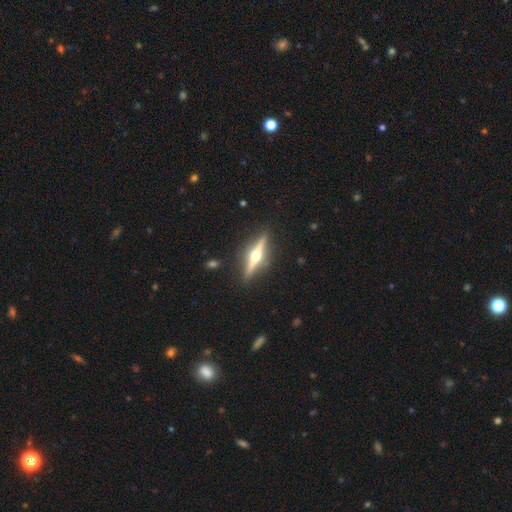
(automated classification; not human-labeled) Q: Smooth or featured?
A: featured or disk (81%); runner-up: smooth (14%)
Q: Edge-on disk?
A: yes (97%); runner-up: no (3%)
Q: Edge-on bulge?
A: rounded (97%); runner-up: boxy (2%)
Q: Merging?
A: none (90%); runner-up: minor disturbance (7%)